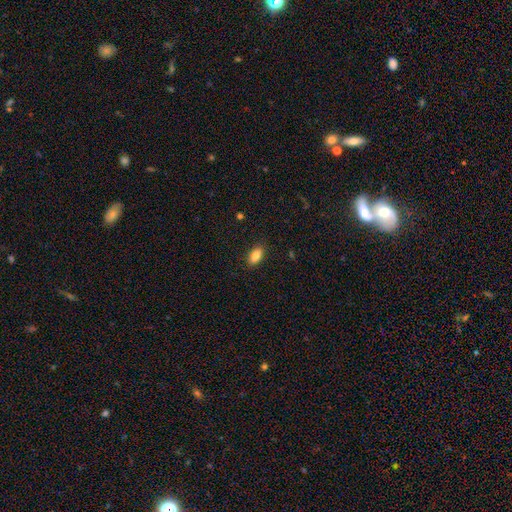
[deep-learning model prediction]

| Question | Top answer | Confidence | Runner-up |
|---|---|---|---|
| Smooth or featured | smooth | 86% | star or artifact (8%) |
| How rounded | in between | 91% | cigar-shaped (5%) |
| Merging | none | 88% | minor disturbance (9%) |